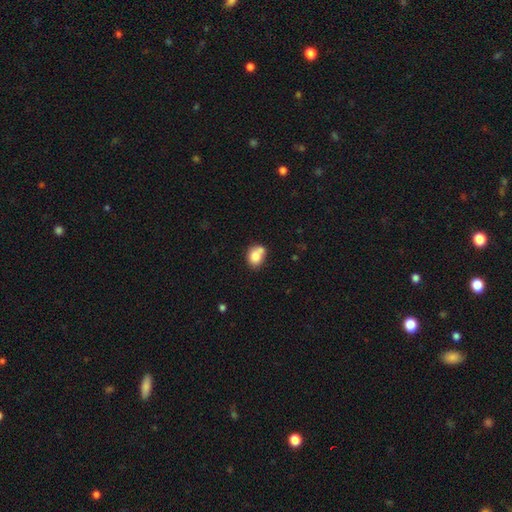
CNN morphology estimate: smooth 79%, featured or disk 12%, star or artifact 9%. Down the decision tree: how rounded — round (52%); merging — none (45%).